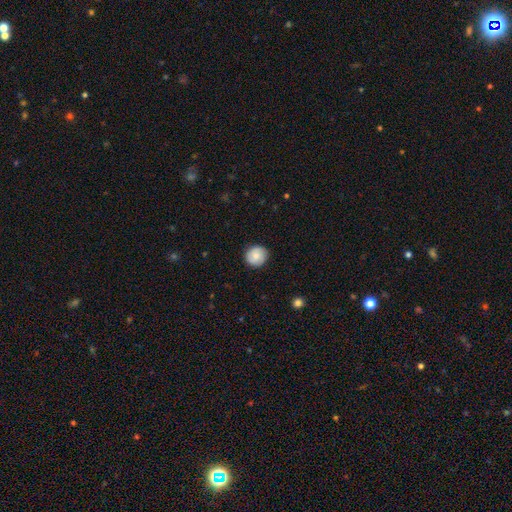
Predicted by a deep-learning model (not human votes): Smooth or featured? smooth (74%)
How rounded? round (87%)
Merging? none (86%)